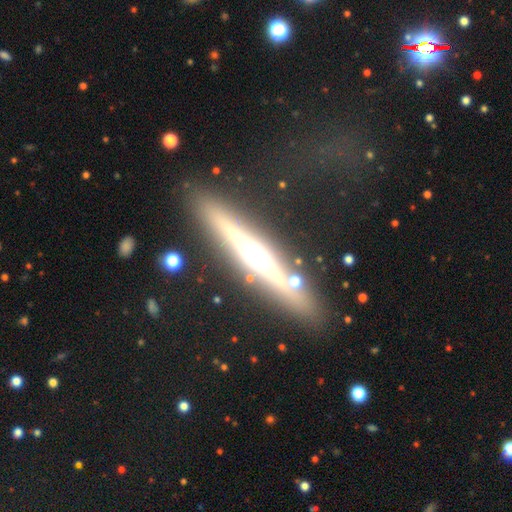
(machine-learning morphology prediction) type=featured or disk (75%); edge-on=yes (96%); edge-on bulge=rounded (64%); merging=none (84%).